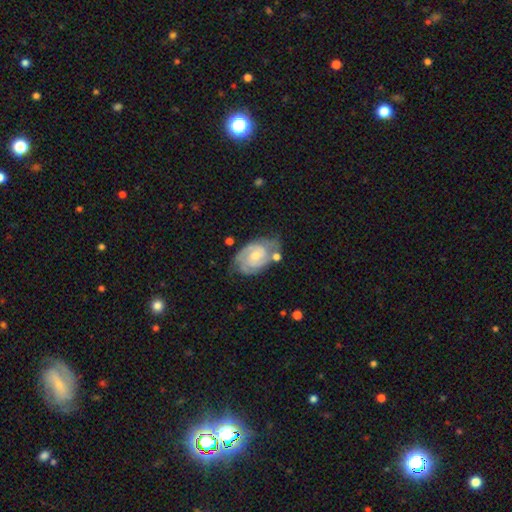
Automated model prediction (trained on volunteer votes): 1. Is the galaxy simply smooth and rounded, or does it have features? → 84% featured or disk, 11% smooth, 5% star or artifact.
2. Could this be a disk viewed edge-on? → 97% no, 3% yes.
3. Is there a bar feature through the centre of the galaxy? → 55% no, 39% weak, 6% strong.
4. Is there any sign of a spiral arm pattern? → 96% yes, 4% no.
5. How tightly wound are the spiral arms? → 61% tight, 33% medium, 6% loose.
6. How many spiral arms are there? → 66% 2, 14% can't tell, 13% 3, 3% 1, 3% 4, 2% more than 4.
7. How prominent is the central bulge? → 49% small, 45% moderate, 3% none, 2% large, 1% dominant.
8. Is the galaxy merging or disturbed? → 59% none, 24% minor disturbance, 9% major disturbance, 8% merger.